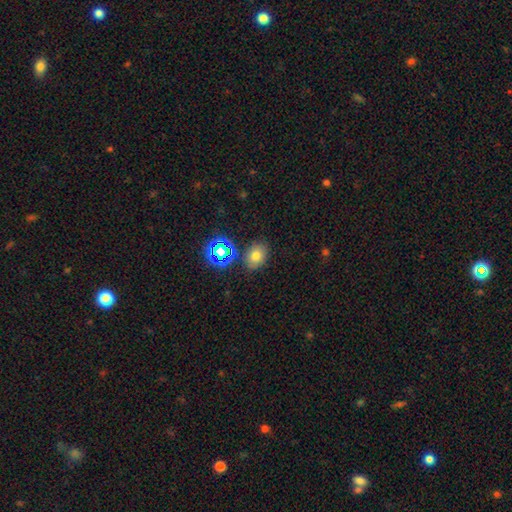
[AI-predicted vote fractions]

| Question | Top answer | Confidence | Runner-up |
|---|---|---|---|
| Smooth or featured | smooth | 71% | star or artifact (19%) |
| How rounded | in between | 66% | round (32%) |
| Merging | none | 80% | minor disturbance (11%) |